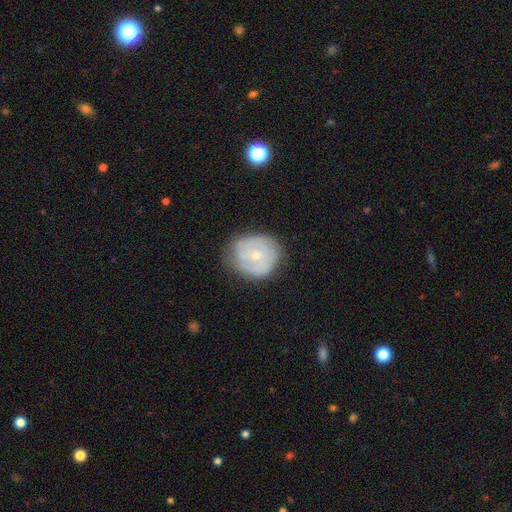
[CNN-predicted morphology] Overall: featured or disk (56%; smooth 37%). Edge-on disk: no (97%). Bar: no (76%). Spiral arms: yes (62%; no 38%). Bulge size: small (64%; moderate 32%). Merging: none (71%).